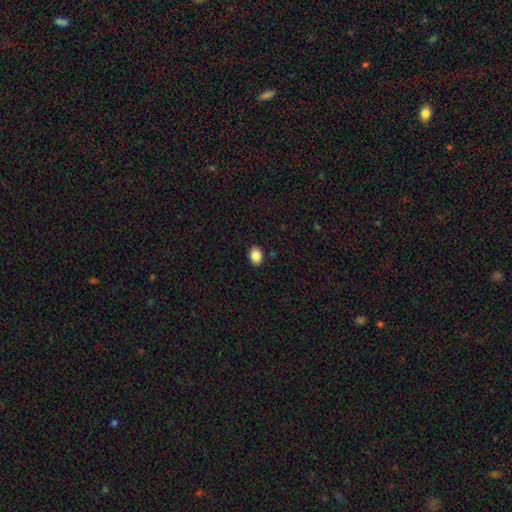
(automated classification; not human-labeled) smooth_or_featured: smooth (p=0.88) [alt: star or artifact p=0.08]
how_rounded: in between (p=0.74) [alt: round p=0.25]
merging: none (p=0.89) [alt: minor disturbance p=0.08]